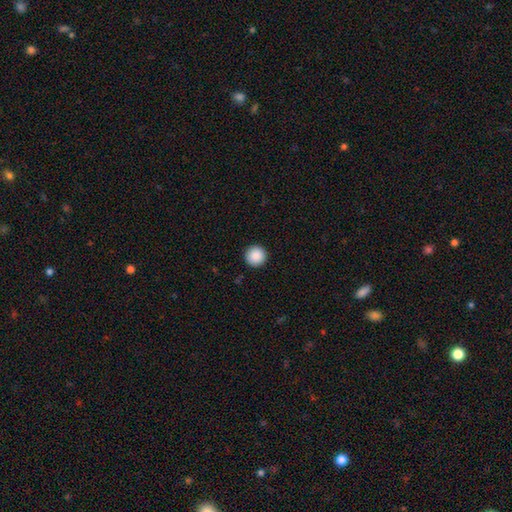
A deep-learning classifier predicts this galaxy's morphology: A smooth galaxy with no disk features (89%) that is round (97%). Merging: none (93%).